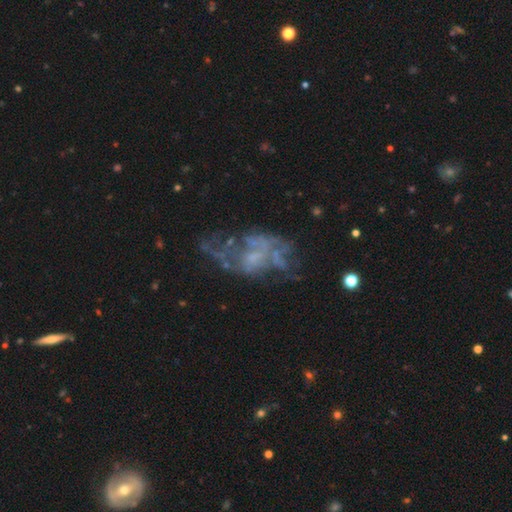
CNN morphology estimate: smooth_or_featured: featured or disk (p=0.68) [alt: smooth p=0.16]
disk_edge_on: no (p=0.97) [alt: yes p=0.03]
bar: no (p=0.79) [alt: weak p=0.18]
has_spiral_arms: no (p=0.68) [alt: yes p=0.32]
bulge_size: none (p=0.52) [alt: small p=0.30]
merging: major disturbance (p=0.37) [alt: none p=0.36]